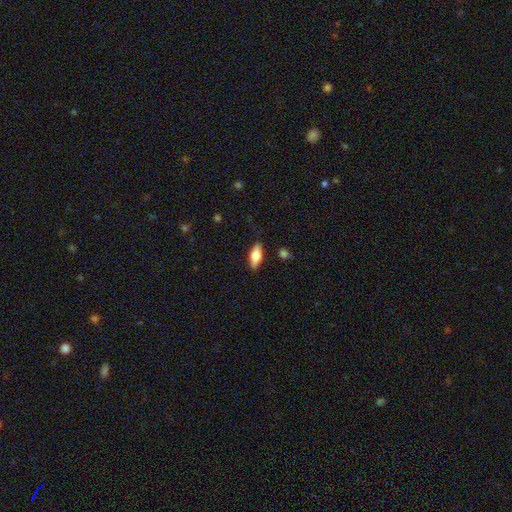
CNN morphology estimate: Q: Smooth or featured?
A: smooth (66%); runner-up: featured or disk (28%)
Q: How rounded?
A: in between (73%); runner-up: cigar-shaped (24%)
Q: Merging?
A: none (84%); runner-up: minor disturbance (12%)